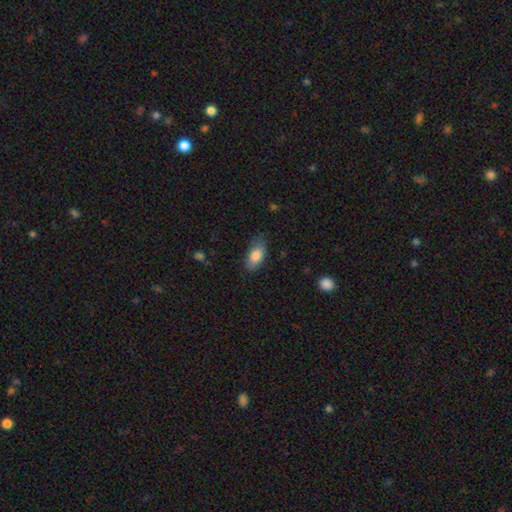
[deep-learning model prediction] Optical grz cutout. It shows a smooth galaxy with no disk features (82%) that is in between round and cigar-shaped (88%). Merging: none (75%).